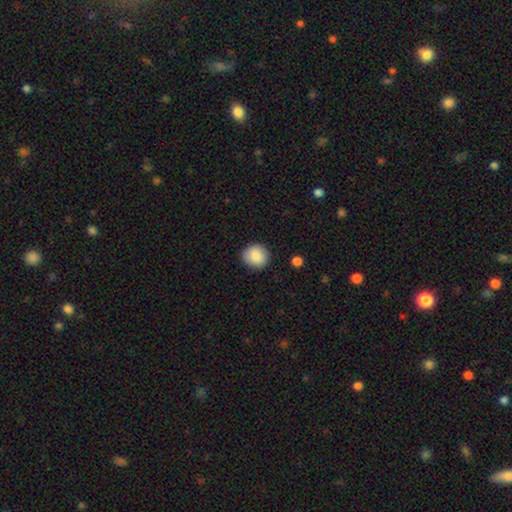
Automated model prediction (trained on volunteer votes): smooth_or_featured: smooth (p=0.86) [alt: star or artifact p=0.07]
how_rounded: round (p=0.84) [alt: in between p=0.16]
merging: none (p=0.87) [alt: minor disturbance p=0.09]